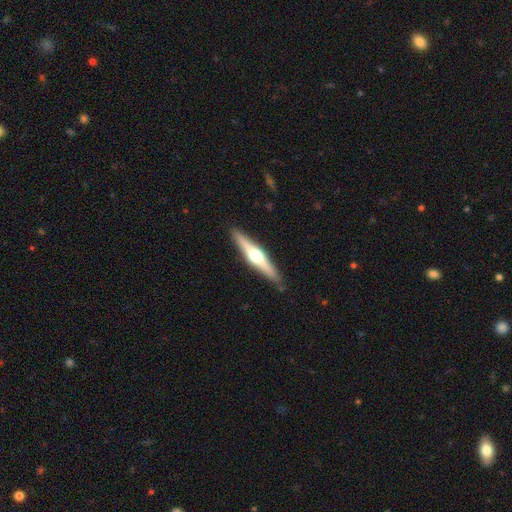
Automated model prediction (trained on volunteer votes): A featured or disk galaxy (67%) viewed edge-on (97%) with a rounded central bulge (93%).

Vote fractions:
- Smooth or featured? featured or disk: 67% / smooth: 28% / star or artifact: 5%
- Edge-on disk? yes: 97% / no: 3%
- Edge-on bulge? rounded: 93% / boxy: 4% / none: 3%
- Merging? none: 89% / minor disturbance: 8% / major disturbance: 2% / merger: 1%